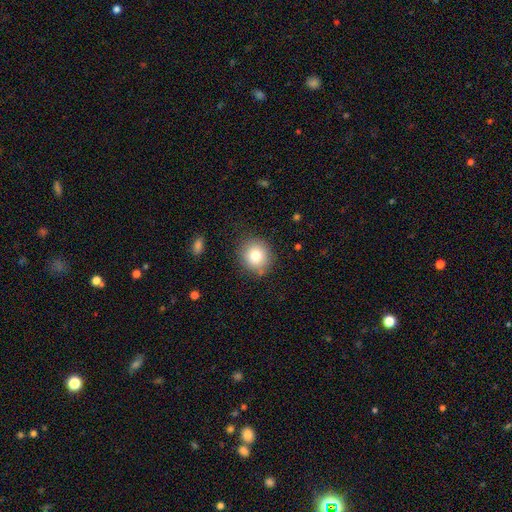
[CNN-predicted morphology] A smooth galaxy with no disk features (81%) that is round (85%).

Vote fractions:
- Smooth or featured? smooth: 81% / star or artifact: 10% / featured or disk: 9%
- How rounded? round: 85% / in between: 15% / cigar-shaped: 1%
- Merging? none: 84% / minor disturbance: 11% / major disturbance: 3% / merger: 2%